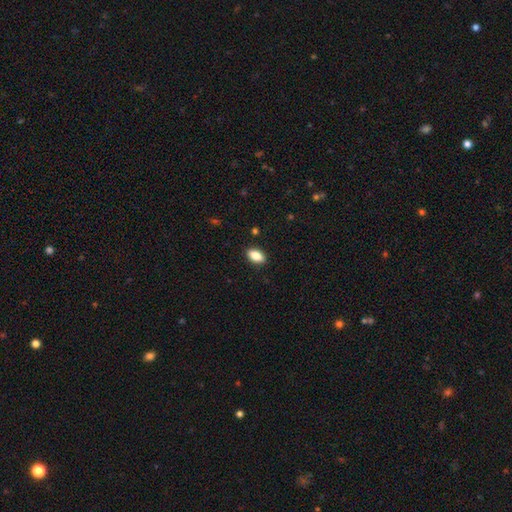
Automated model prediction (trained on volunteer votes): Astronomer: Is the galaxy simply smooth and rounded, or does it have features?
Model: smooth — 84%.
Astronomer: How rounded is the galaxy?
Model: in between — 90%.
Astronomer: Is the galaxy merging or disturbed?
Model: none — 89%.